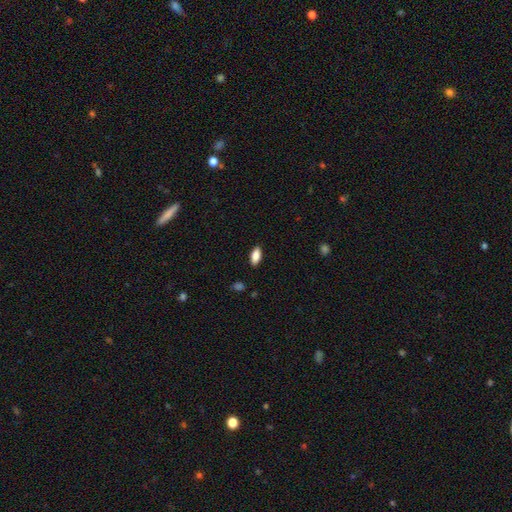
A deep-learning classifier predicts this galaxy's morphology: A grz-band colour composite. It shows a smooth galaxy with no disk features (85%) that is in between round and cigar-shaped (84%). Merging: none (88%).